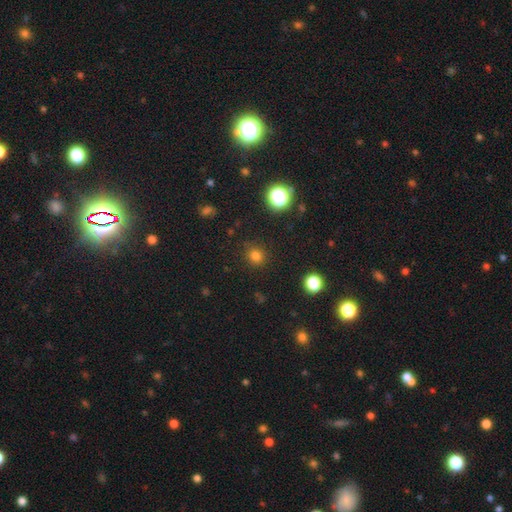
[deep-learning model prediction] Smooth or featured?
  - smooth: 77% *
  - star or artifact: 18%
  - featured or disk: 5%
How rounded?
  - round: 89% *
  - in between: 11%
  - cigar-shaped: 1%
Merging?
  - none: 87% *
  - minor disturbance: 8%
  - major disturbance: 3%
  - merger: 2%